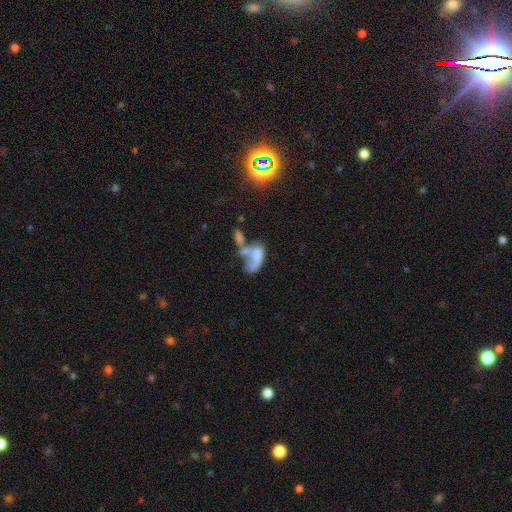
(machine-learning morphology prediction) Smooth or featured: smooth — 51% (featured or disk — 37%)
How rounded: in between — 88% (round — 7%)
Merging: merger — 48% (major disturbance — 28%)